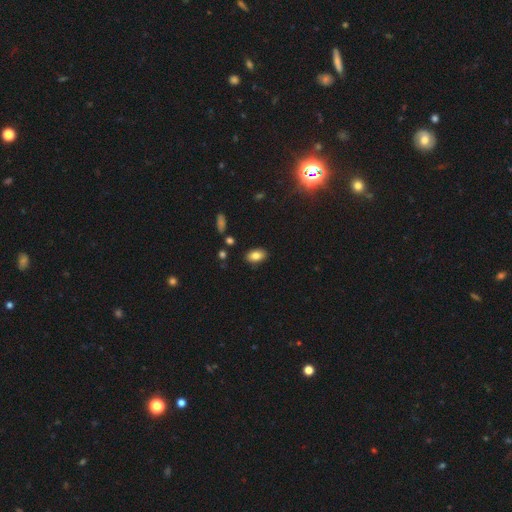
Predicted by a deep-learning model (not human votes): smooth-or-featured: smooth: 83% | star or artifact: 9% | featured or disk: 8%
  how-rounded: in between: 90% | round: 8% | cigar-shaped: 2%
  merging: none: 87% | minor disturbance: 9% | major disturbance: 2% | merger: 2%